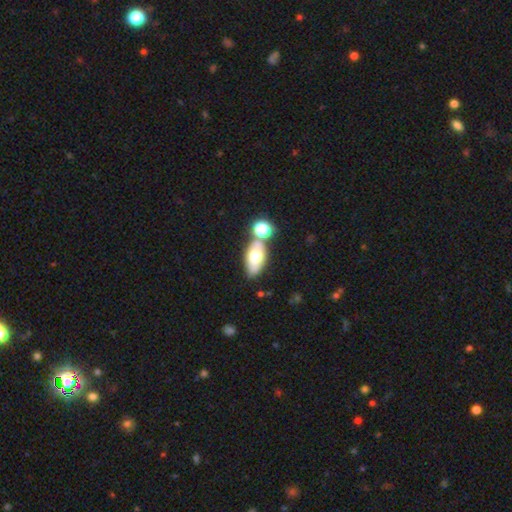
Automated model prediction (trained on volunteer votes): This appears to be a smooth galaxy with no disk features (61%) that is in between round and cigar-shaped (88%). Merging: none (61%).